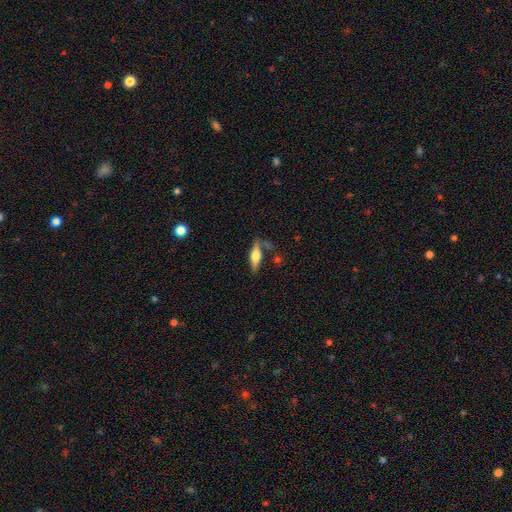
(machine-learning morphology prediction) Smooth or featured? Predicted: featured or disk (p=0.47). Merging? Predicted: none (p=0.70).